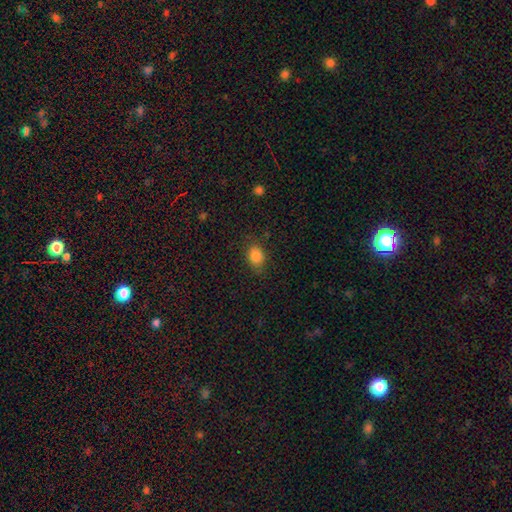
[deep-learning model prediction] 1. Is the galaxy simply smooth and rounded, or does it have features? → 85% smooth, 10% star or artifact, 5% featured or disk.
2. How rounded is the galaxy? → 61% in between, 37% round, 1% cigar-shaped.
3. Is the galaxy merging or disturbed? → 79% none, 15% minor disturbance, 5% major disturbance, 1% merger.